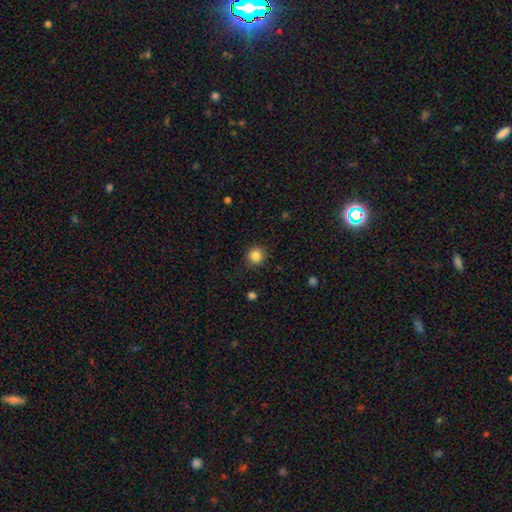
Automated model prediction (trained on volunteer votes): smooth 85%, star or artifact 11%, featured or disk 4%. Down the decision tree: how rounded — round (91%); merging — none (88%).